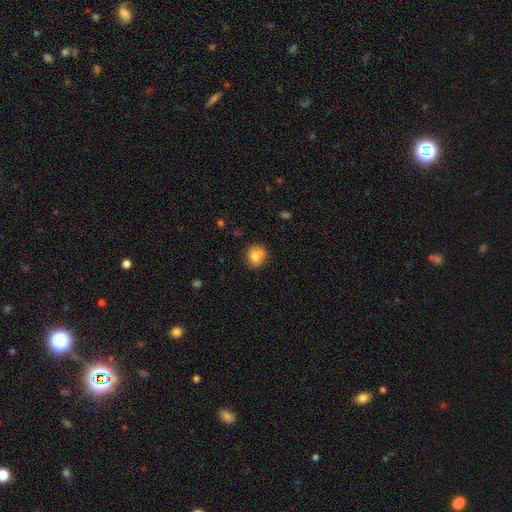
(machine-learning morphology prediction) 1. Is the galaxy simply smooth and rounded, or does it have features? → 77% smooth, 12% featured or disk, 10% star or artifact.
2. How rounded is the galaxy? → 80% round, 19% in between, 1% cigar-shaped.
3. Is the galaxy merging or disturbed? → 68% none, 16% merger, 13% minor disturbance, 3% major disturbance.